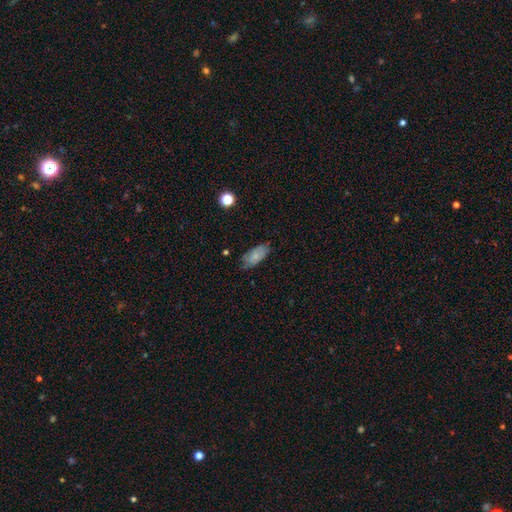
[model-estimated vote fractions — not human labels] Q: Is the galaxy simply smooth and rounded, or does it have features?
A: smooth — 75%.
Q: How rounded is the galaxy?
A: in between — 90%.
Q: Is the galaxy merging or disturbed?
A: none — 70%.